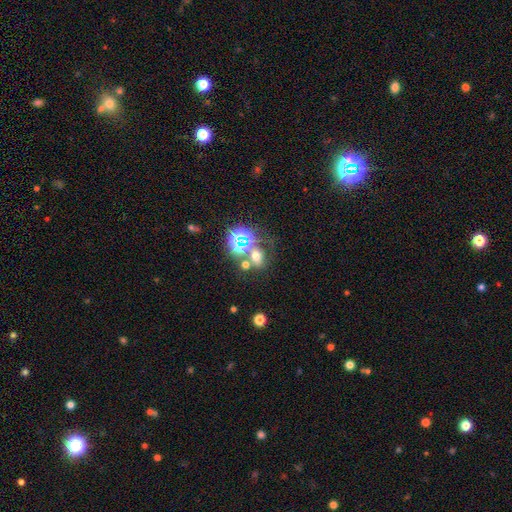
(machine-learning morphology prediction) smooth-or-featured: smooth: 46% | star or artifact: 39% | featured or disk: 15%
  merging: none: 53% | merger: 28% | minor disturbance: 12% | major disturbance: 8%